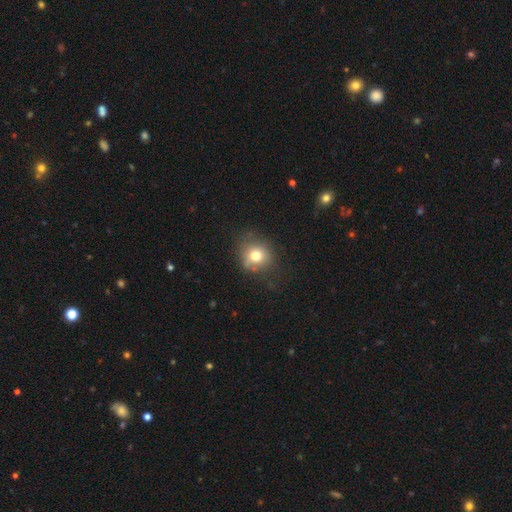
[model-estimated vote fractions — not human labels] Smooth or featured? smooth (74%)
How rounded? round (83%)
Merging? none (70%)